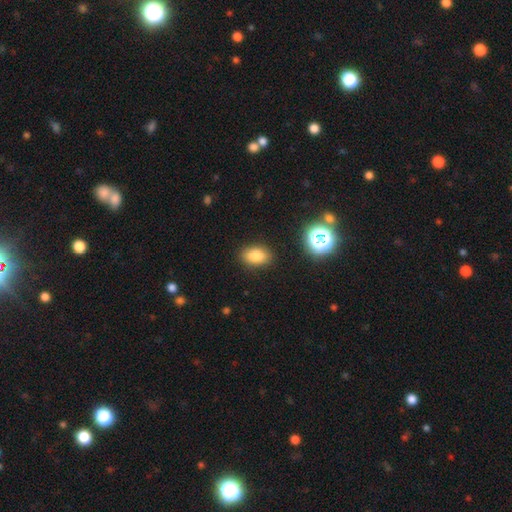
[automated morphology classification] Smooth or featured? smooth (80%)
How rounded? in between (84%)
Merging? none (87%)